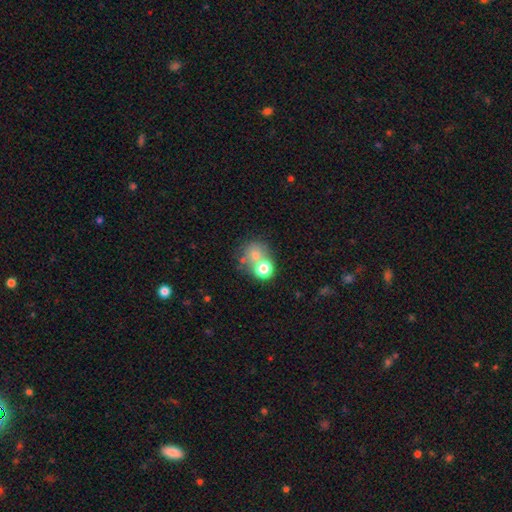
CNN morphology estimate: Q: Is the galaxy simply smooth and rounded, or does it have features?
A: smooth — 66%.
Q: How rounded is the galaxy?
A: round — 77%.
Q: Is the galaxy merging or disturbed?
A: none — 44%.